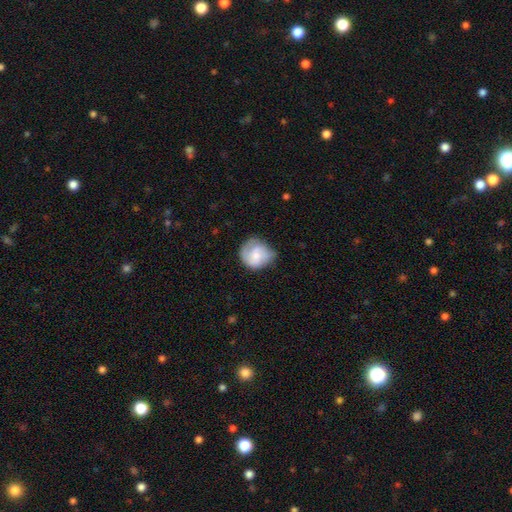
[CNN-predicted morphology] Smooth or featured? Predicted: smooth (p=0.50). How rounded? Predicted: round (p=0.79). Merging? Predicted: none (p=0.51).